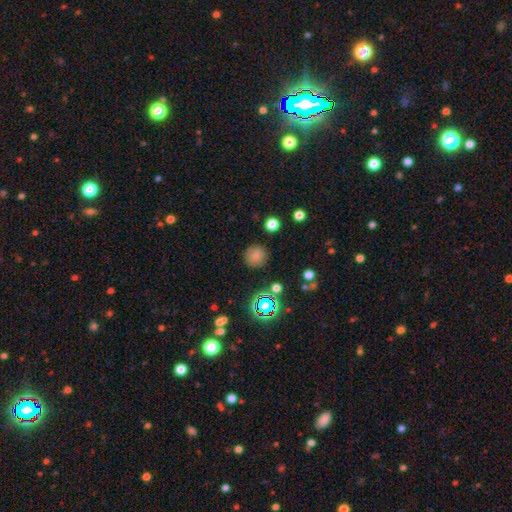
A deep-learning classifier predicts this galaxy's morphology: Q: Smooth or featured?
A: smooth (76%); runner-up: star or artifact (16%)
Q: How rounded?
A: round (93%); runner-up: in between (6%)
Q: Merging?
A: none (85%); runner-up: minor disturbance (9%)